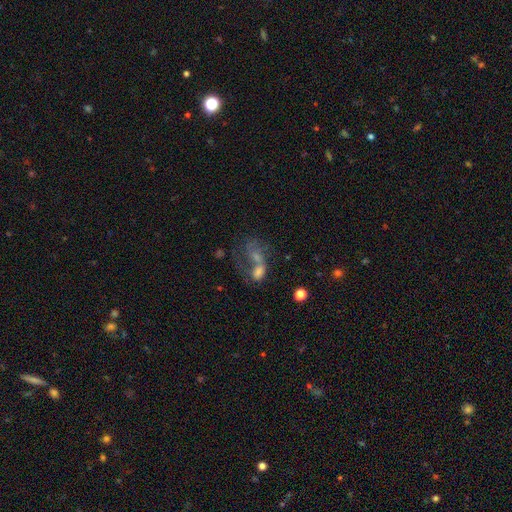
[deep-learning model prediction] A smooth galaxy with no disk features (42%). Merging: merger (58%).